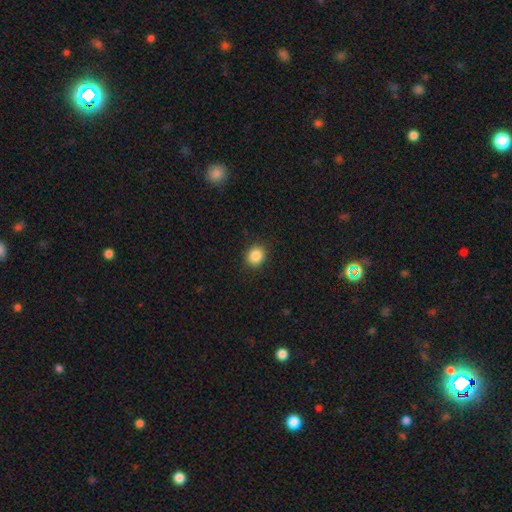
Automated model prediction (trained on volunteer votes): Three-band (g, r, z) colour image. It shows a smooth galaxy with no disk features (87%) that is round (75%). Merging: none (90%).